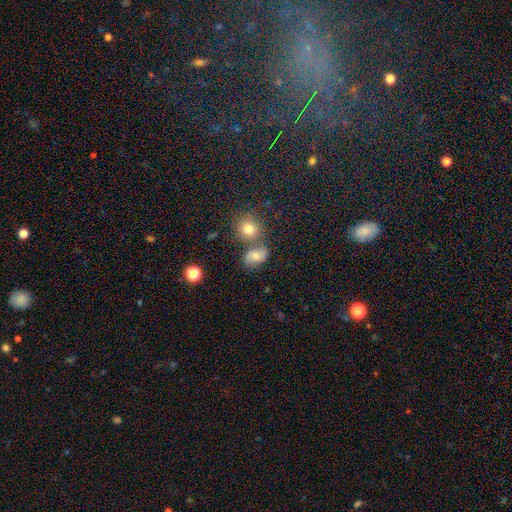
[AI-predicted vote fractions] This is likely a smooth galaxy (63%). How rounded: likely in between (65%). Merging: possibly none (51%).